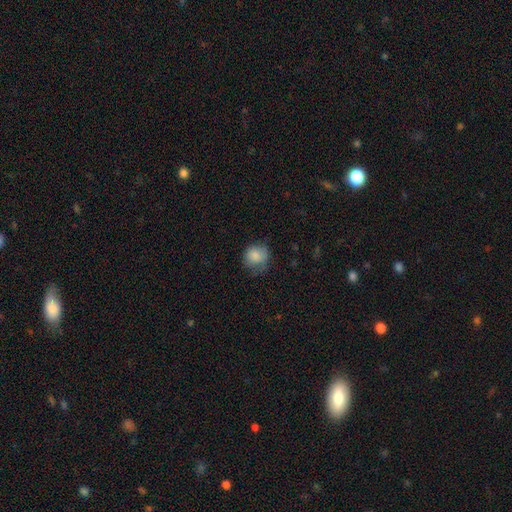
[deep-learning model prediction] The model was most divided on "merging": none: 61%, minor disturbance: 28%, major disturbance: 10%, merger: 1%. More confident: smooth or featured — smooth (83%); how rounded — round (79%).